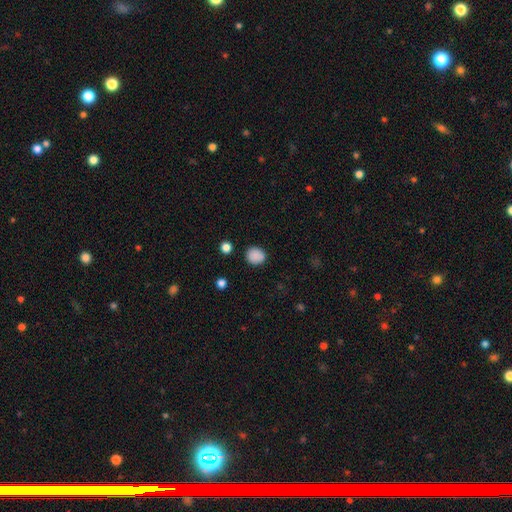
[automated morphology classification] smooth-or-featured: smooth: 87% | star or artifact: 10% | featured or disk: 4%
  how-rounded: round: 81% | in between: 19% | cigar-shaped: 1%
  merging: none: 85% | minor disturbance: 10% | major disturbance: 3% | merger: 2%